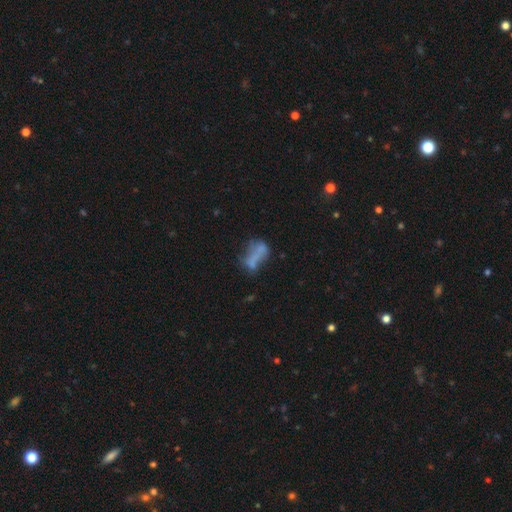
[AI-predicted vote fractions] Smooth or featured?
  - smooth: 51% *
  - featured or disk: 34%
  - star or artifact: 15%
How rounded?
  - in between: 76% *
  - cigar-shaped: 14%
  - round: 11%
Merging?
  - none: 29% *
  - merger: 28%
  - major disturbance: 24%
  - minor disturbance: 19%